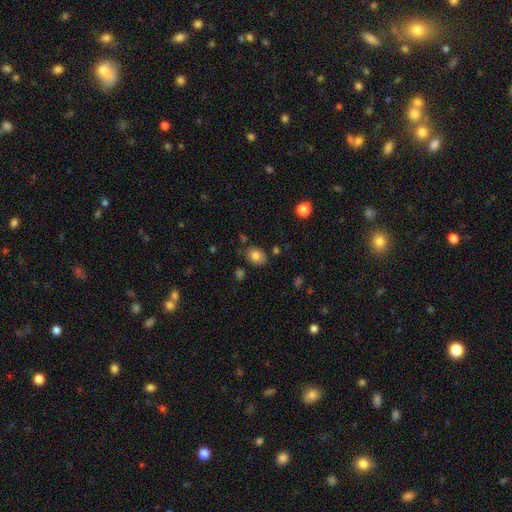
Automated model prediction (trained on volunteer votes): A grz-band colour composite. It shows a smooth galaxy with no disk features (80%) that is in between round and cigar-shaped (67%). Merging: none (76%).